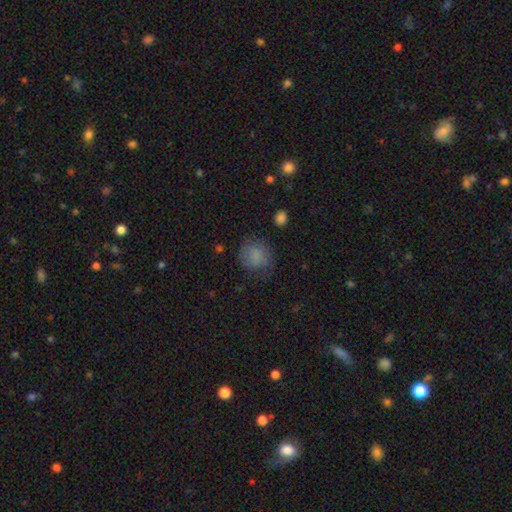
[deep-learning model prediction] smooth-or-featured: smooth: 80% | featured or disk: 10% | star or artifact: 10%
  how-rounded: round: 82% | in between: 17% | cigar-shaped: 1%
  merging: none: 64% | minor disturbance: 23% | major disturbance: 11% | merger: 2%